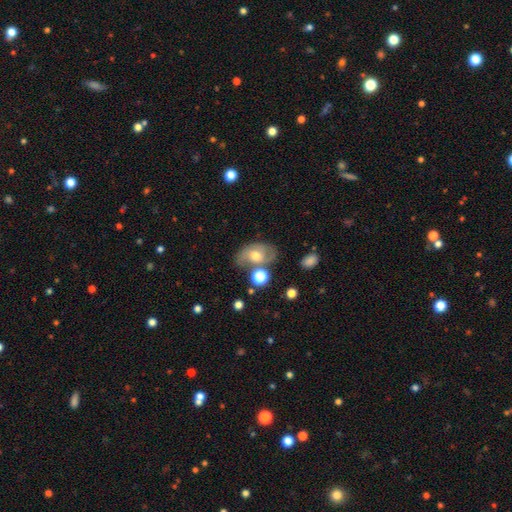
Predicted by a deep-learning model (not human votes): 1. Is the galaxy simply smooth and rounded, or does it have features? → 52% featured or disk, 38% smooth, 10% star or artifact.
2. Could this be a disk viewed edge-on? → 94% no, 6% yes.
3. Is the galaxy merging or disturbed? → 57% none, 20% minor disturbance, 13% merger, 10% major disturbance.